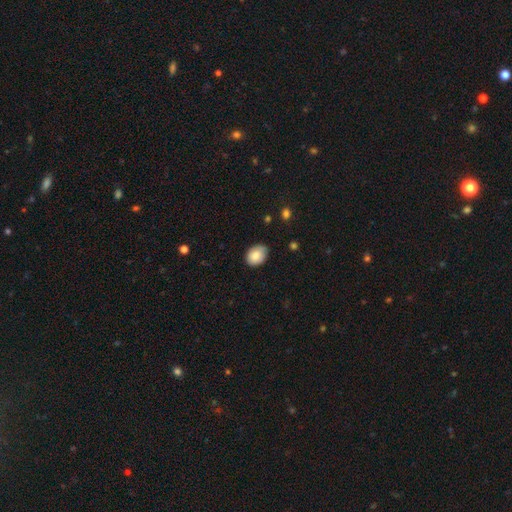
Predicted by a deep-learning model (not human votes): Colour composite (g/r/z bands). It shows a smooth galaxy with no disk features (84%) that is in between round and cigar-shaped (60%). Merging: none (72%).